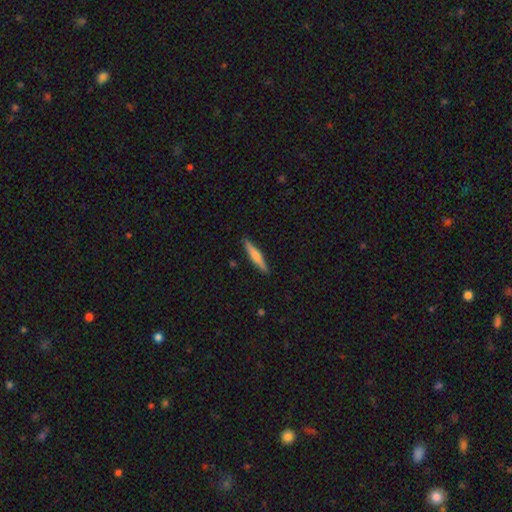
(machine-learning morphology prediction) Q: Smooth or featured?
A: smooth (53%); runner-up: featured or disk (41%)
Q: How rounded?
A: cigar-shaped (90%); runner-up: in between (8%)
Q: Merging?
A: none (91%); runner-up: minor disturbance (7%)